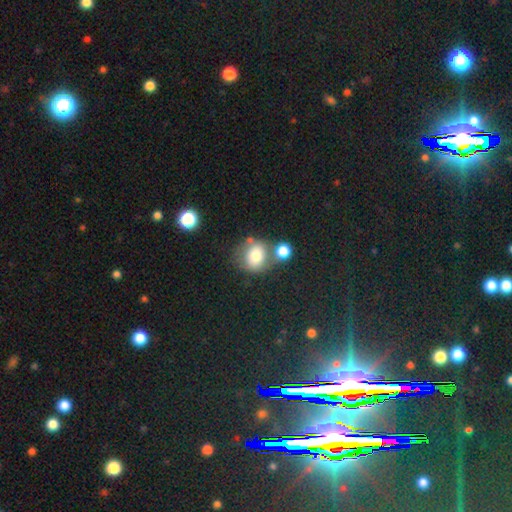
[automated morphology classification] type=smooth (74%); roundness=round (72%); merging=none (49%).